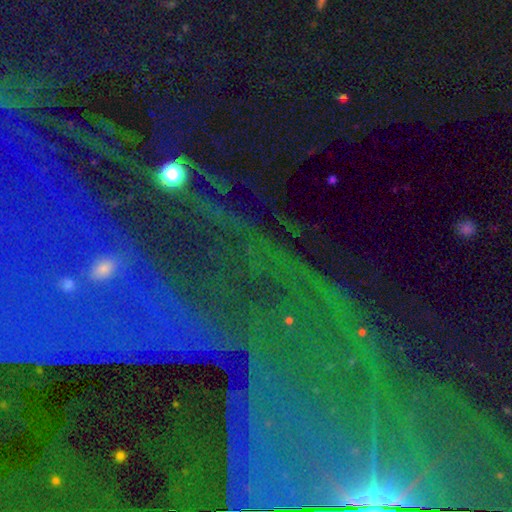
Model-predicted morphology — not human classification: Smooth or featured?
  - star or artifact: 79% *
  - featured or disk: 11%
  - smooth: 9%